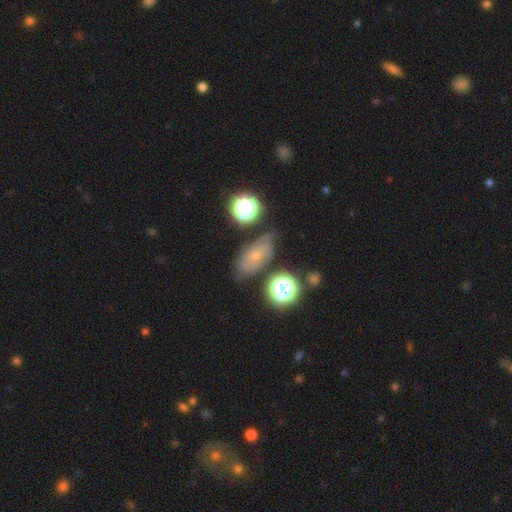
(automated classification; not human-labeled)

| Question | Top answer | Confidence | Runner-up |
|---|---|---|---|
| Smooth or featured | smooth | 40% | featured or disk (39%) |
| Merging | none | 63% | minor disturbance (24%) |